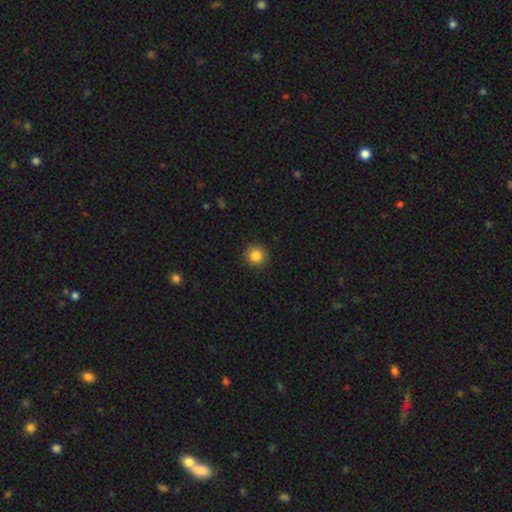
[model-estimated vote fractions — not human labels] A smooth galaxy with no disk features (85%) that is round (94%). Merging: none (92%).